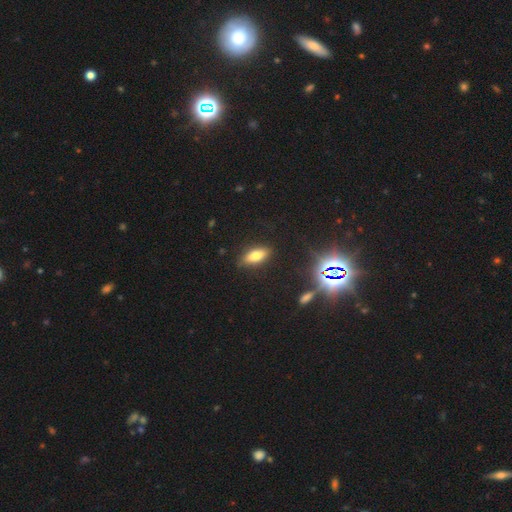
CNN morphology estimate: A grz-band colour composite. It shows a smooth galaxy with no disk features (72%) that is in between round and cigar-shaped (78%). Merging: none (85%).